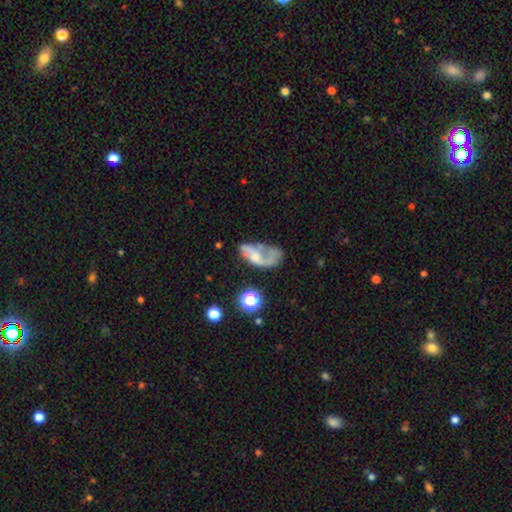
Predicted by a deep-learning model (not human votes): Overall: featured or disk (55%; smooth 34%). Edge-on disk: no (95%). Bar: no (71%). Spiral arms: yes (60%; no 40%). Bulge size: none (33%; small 29%). Merging: major disturbance (36%; none 29%).